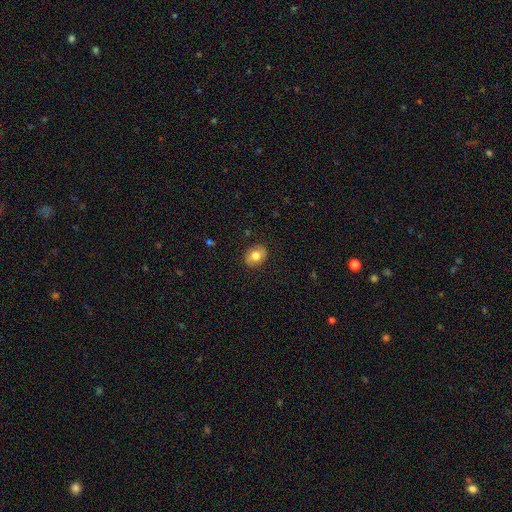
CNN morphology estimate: Smooth or featured? smooth (77%)
How rounded? in between (60%)
Merging? none (87%)